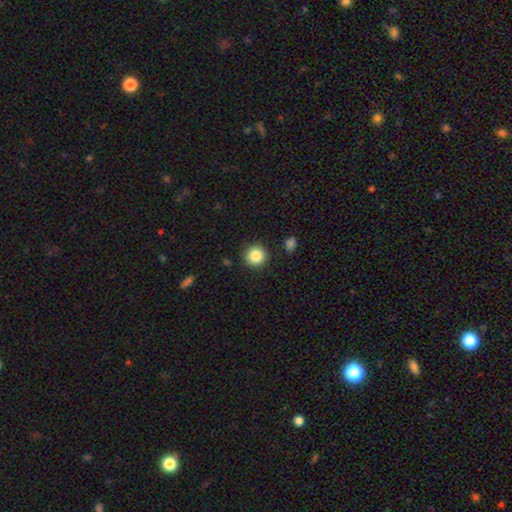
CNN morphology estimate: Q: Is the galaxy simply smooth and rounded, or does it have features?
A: smooth — 86%.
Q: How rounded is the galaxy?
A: round — 94%.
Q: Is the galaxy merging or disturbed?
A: none — 90%.